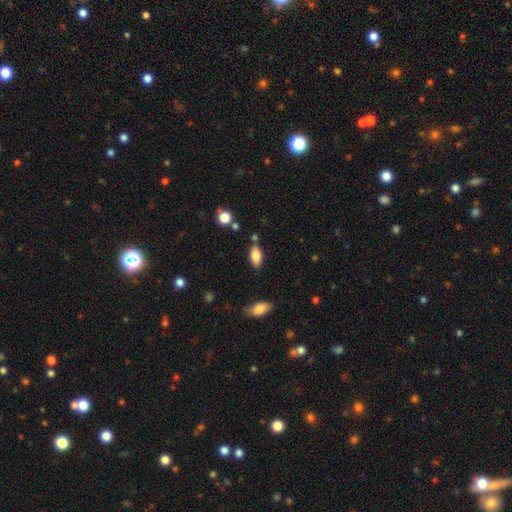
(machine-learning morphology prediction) smooth 83%, featured or disk 10%, star or artifact 8%. Down the decision tree: how rounded — in between (91%); merging — none (76%).